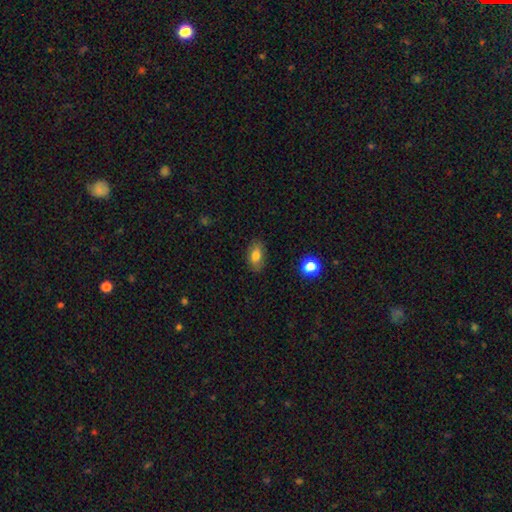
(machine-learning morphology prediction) smooth-or-featured: smooth: 77% | featured or disk: 14% | star or artifact: 9%
  how-rounded: in between: 87% | round: 9% | cigar-shaped: 4%
  merging: none: 84% | minor disturbance: 12% | major disturbance: 3% | merger: 1%